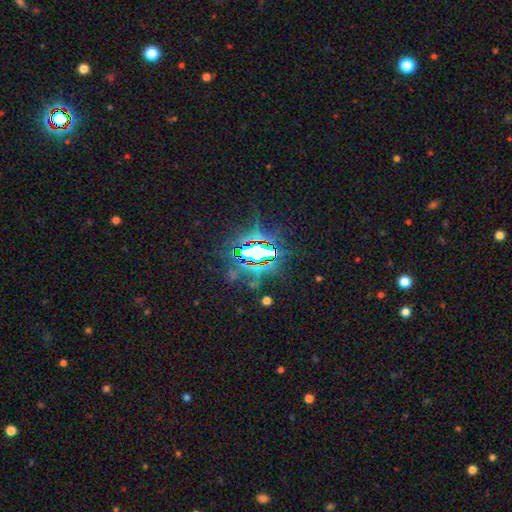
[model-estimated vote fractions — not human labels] Smooth or featured? Predicted: star or artifact (p=0.75).